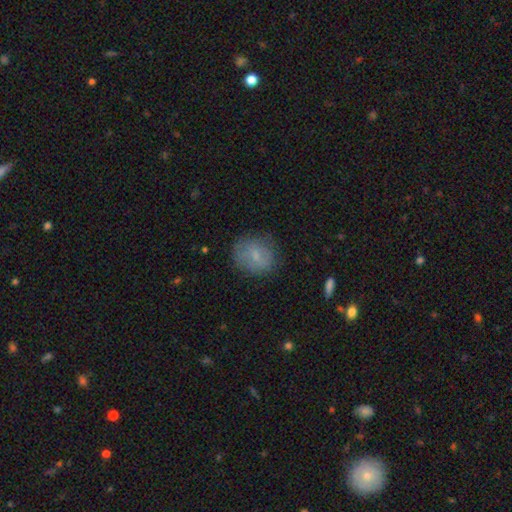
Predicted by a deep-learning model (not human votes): smooth 67%, featured or disk 24%, star or artifact 9%. Down the decision tree: how rounded — round (65%); merging — none (76%).